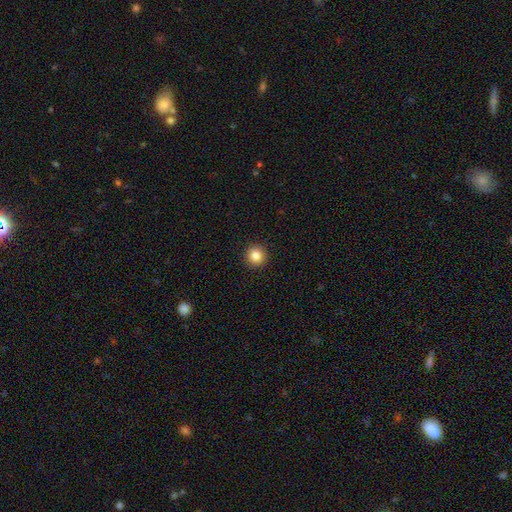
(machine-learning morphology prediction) Smooth or featured: smooth — 85% (star or artifact — 10%)
How rounded: round — 95% (in between — 4%)
Merging: none — 93% (minor disturbance — 4%)